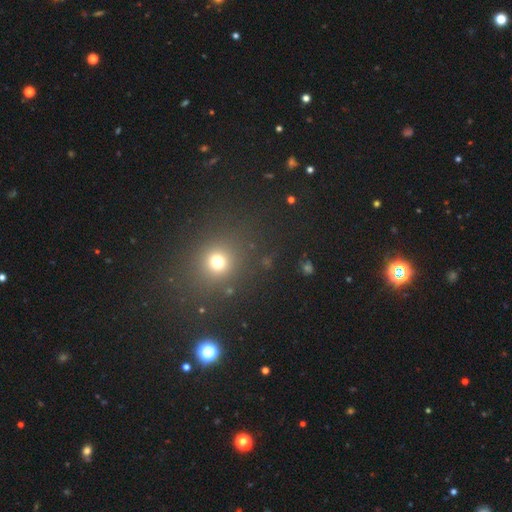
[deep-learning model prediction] smooth 52%, star or artifact 41%, featured or disk 7%. Down the decision tree: how rounded — round (82%); merging — none (88%).